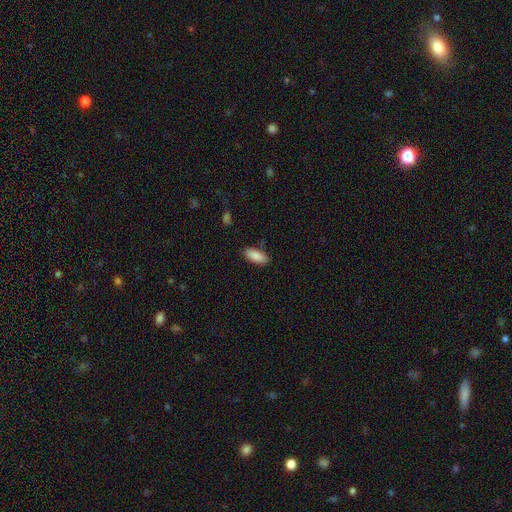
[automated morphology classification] This appears to be a smooth galaxy with no disk features (89%) that is in between round and cigar-shaped (78%). Merging: none (86%).